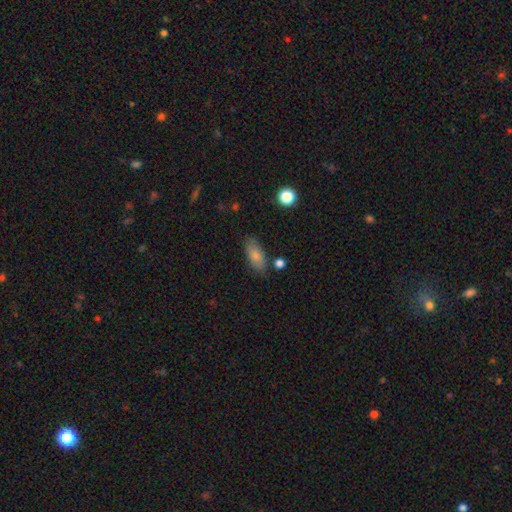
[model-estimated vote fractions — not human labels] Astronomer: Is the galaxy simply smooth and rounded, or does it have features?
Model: smooth — 82%.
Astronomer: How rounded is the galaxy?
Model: in between — 86%.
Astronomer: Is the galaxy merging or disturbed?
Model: none — 76%.